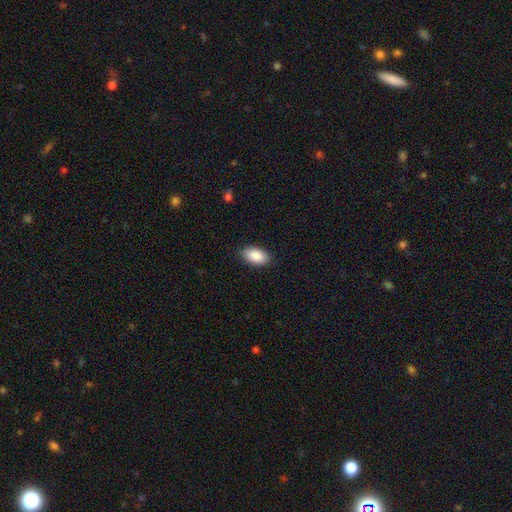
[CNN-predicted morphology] Smooth or featured? smooth (88%)
How rounded? in between (94%)
Merging? none (88%)